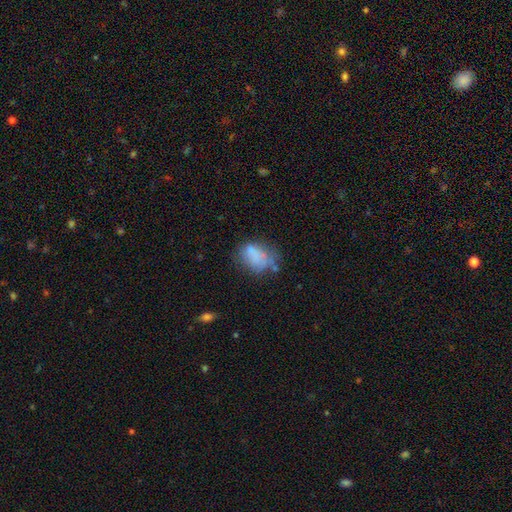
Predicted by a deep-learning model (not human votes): The model was most divided on "merging": none: 40%, minor disturbance: 28%, major disturbance: 23%, merger: 10%. More confident: how rounded — in between (79%); smooth or featured — smooth (65%).